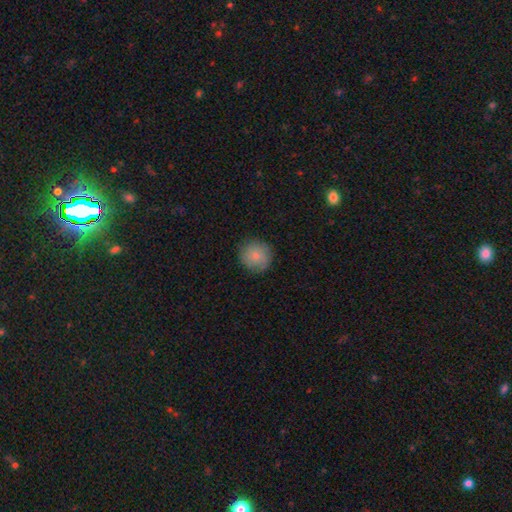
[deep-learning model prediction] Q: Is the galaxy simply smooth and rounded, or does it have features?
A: smooth — 83%.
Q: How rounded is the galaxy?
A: round — 94%.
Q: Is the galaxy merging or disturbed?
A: none — 87%.